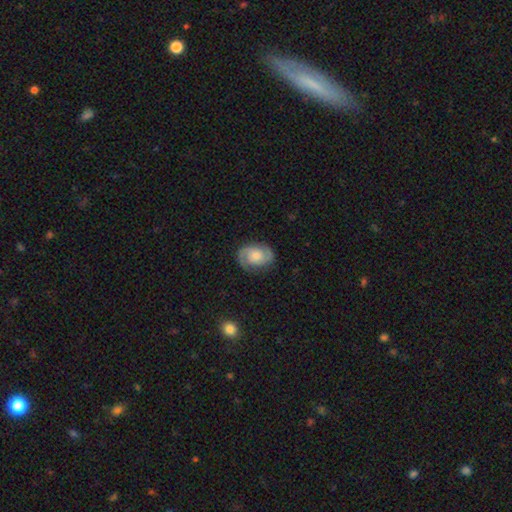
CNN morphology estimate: The model was most divided on "spiral winding": medium: 46%, tight: 43%, loose: 11%. Remaining: edge-on disk — no (98%); spiral arms — yes (97%); spiral arm count — 2 (92%); merging — none (83%); smooth or featured — featured or disk (82%); bar — no (69%); bulge size — moderate (44%).